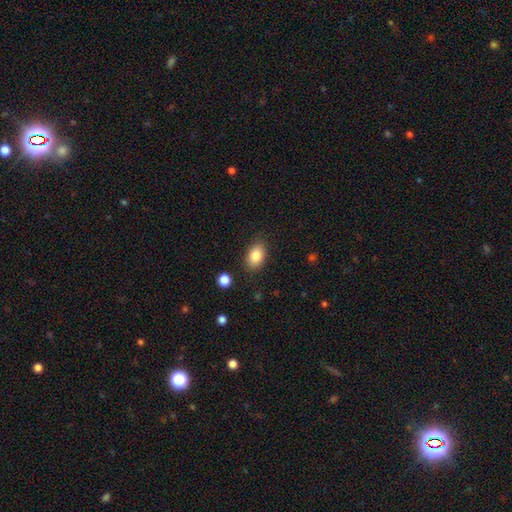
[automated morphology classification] A smooth galaxy with no disk features (84%) that is in between round and cigar-shaped (84%).

Vote fractions:
- Smooth or featured? smooth: 84% / star or artifact: 8% / featured or disk: 8%
- How rounded? in between: 84% / round: 15% / cigar-shaped: 1%
- Merging? none: 85% / minor disturbance: 11% / major disturbance: 3% / merger: 2%